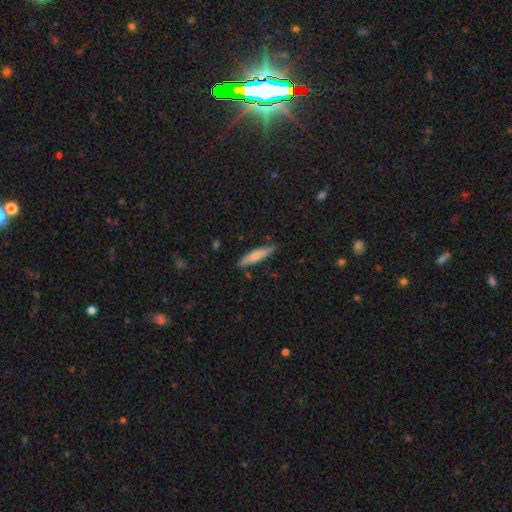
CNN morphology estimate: This is likely a smooth galaxy (67%). How rounded: clearly cigar-shaped (84%). Merging: clearly none (83%).